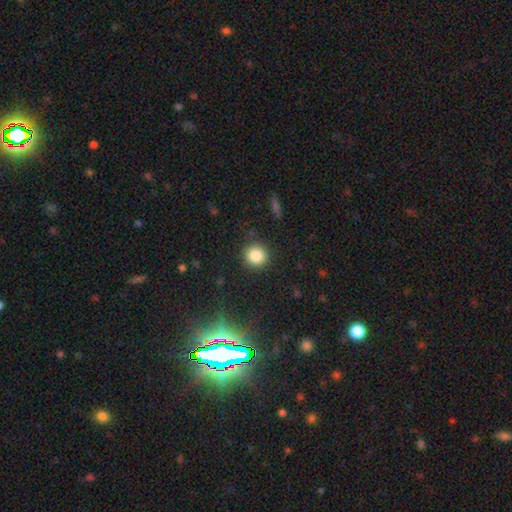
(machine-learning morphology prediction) A smooth galaxy with no disk features (84%) that is round (91%).

Vote fractions:
- Smooth or featured? smooth: 84% / star or artifact: 11% / featured or disk: 5%
- How rounded? round: 91% / in between: 8% / cigar-shaped: 1%
- Merging? none: 90% / minor disturbance: 6% / major disturbance: 2% / merger: 1%